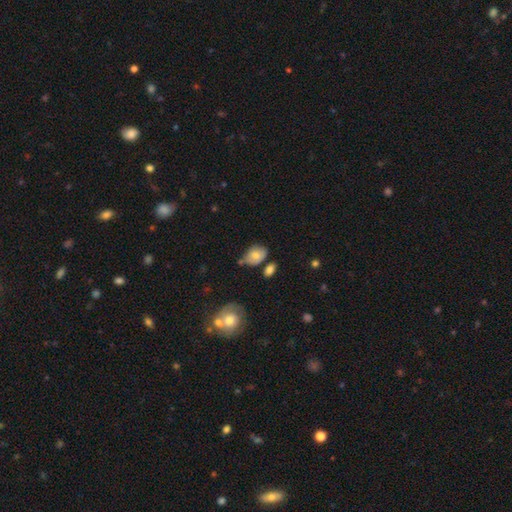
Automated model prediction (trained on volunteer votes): Smooth or featured? Predicted: smooth (p=0.71). How rounded? Predicted: in between (p=0.77). Merging? Predicted: none (p=0.53).